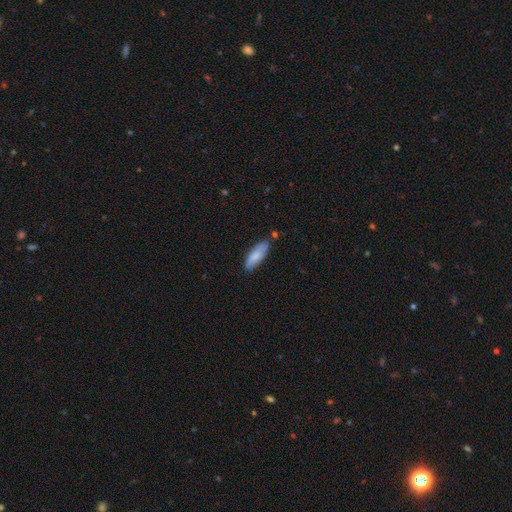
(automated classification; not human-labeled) Smooth or featured: smooth — 80% (featured or disk — 14%)
How rounded: in between — 60% (cigar-shaped — 38%)
Merging: none — 75% (minor disturbance — 18%)